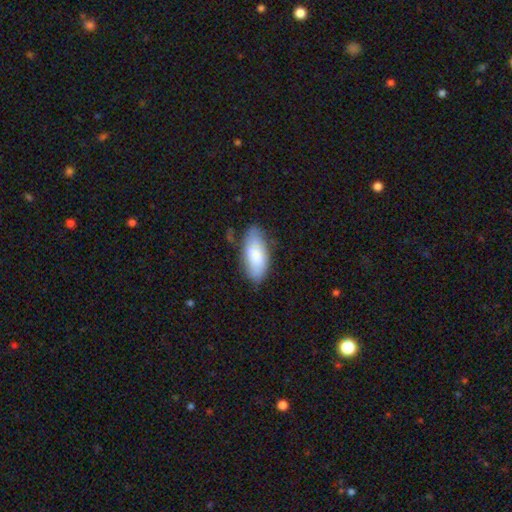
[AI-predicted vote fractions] Morphology: type=smooth (81%); roundness=in between (87%); merging=none (72%).